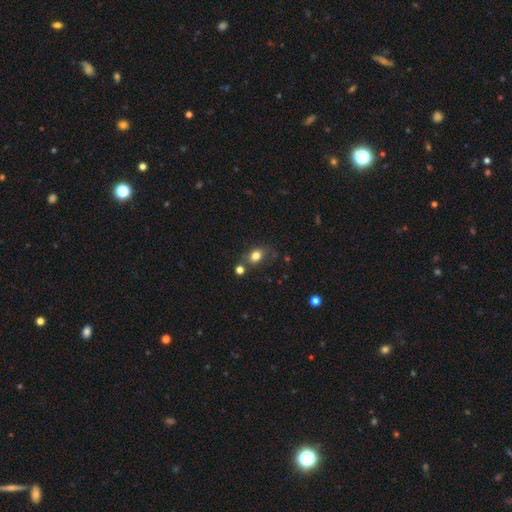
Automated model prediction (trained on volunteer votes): Smooth or featured: smooth — 78% (star or artifact — 11%)
How rounded: in between — 65% (round — 33%)
Merging: none — 61% (minor disturbance — 20%)